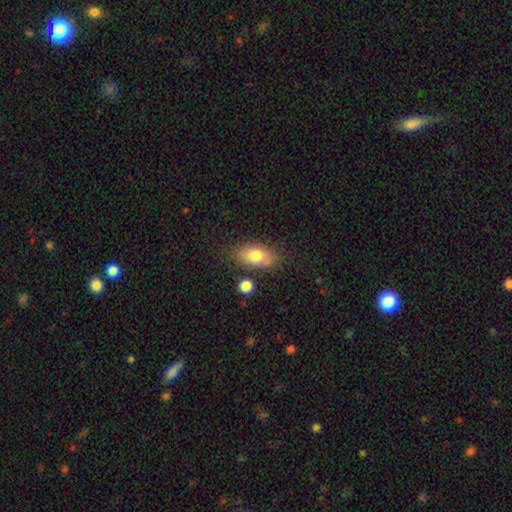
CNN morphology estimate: smooth 78%, featured or disk 15%, star or artifact 7%. Down the decision tree: how rounded — in between (88%); merging — none (72%).